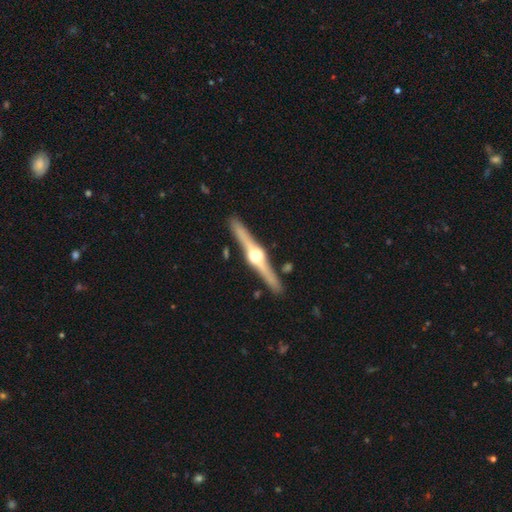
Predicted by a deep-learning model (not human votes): A featured or disk galaxy (85%) viewed edge-on (98%) with a rounded central bulge (97%).

Vote fractions:
- Smooth or featured? featured or disk: 85% / smooth: 10% / star or artifact: 5%
- Edge-on disk? yes: 98% / no: 2%
- Edge-on bulge? rounded: 97% / boxy: 2% / none: 1%
- Merging? none: 90% / minor disturbance: 6% / merger: 2% / major disturbance: 1%